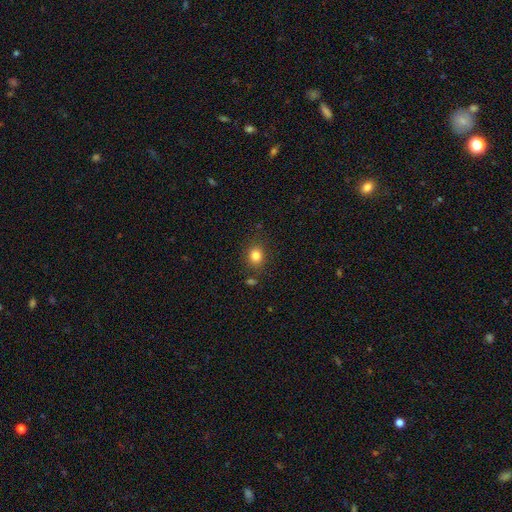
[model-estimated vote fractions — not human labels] A smooth galaxy with no disk features (82%) that is round (67%).

Vote fractions:
- Smooth or featured? smooth: 82% / star or artifact: 12% / featured or disk: 6%
- How rounded? round: 67% / in between: 32% / cigar-shaped: 1%
- Merging? none: 83% / minor disturbance: 10% / merger: 4% / major disturbance: 3%